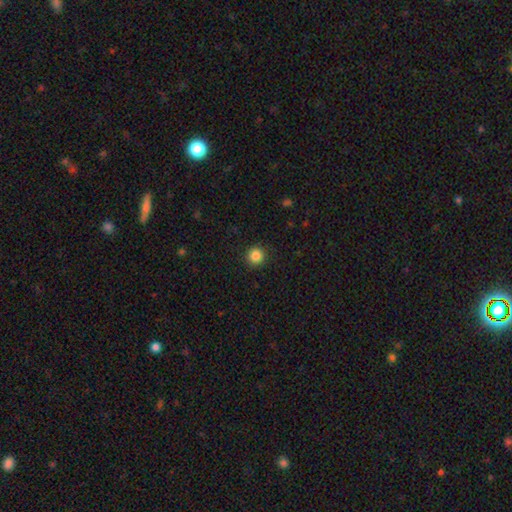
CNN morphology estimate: Smooth or featured? smooth (86%)
How rounded? round (95%)
Merging? none (92%)